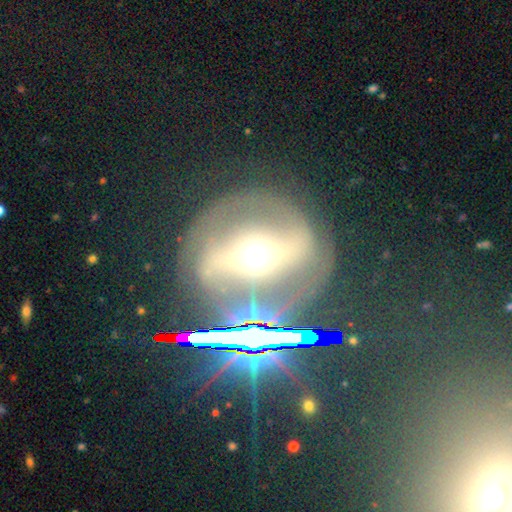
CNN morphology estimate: smooth_or_featured: featured or disk (p=0.69) [alt: star or artifact p=0.18]
disk_edge_on: no (p=0.86) [alt: yes p=0.14]
bar: strong (p=0.68) [alt: weak p=0.19]
has_spiral_arms: yes (p=0.66) [alt: no p=0.34]
bulge_size: moderate (p=0.67) [alt: large p=0.16]
merging: none (p=0.74) [alt: minor disturbance p=0.12]